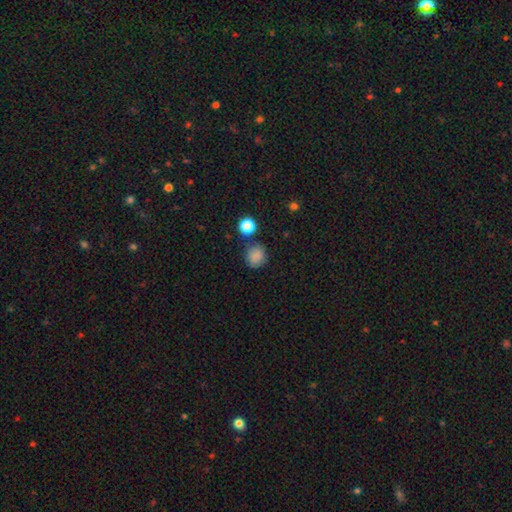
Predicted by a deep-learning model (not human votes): The model was most divided on "how rounded": round: 78%, in between: 21%, cigar-shaped: 1%. More confident: smooth or featured — smooth (83%); merging — none (75%).